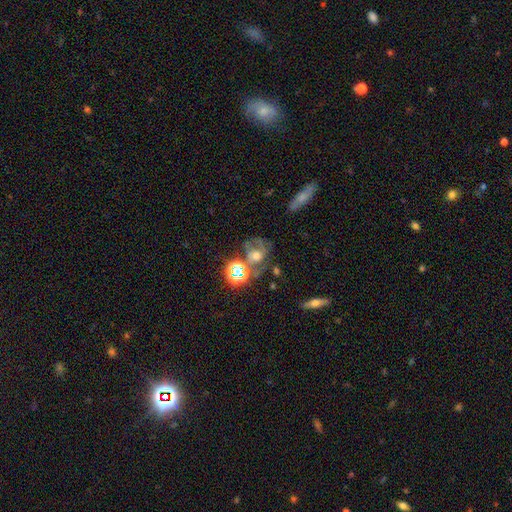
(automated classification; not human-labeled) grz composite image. It shows a featured or disk galaxy (42%). Merging: none (40%).